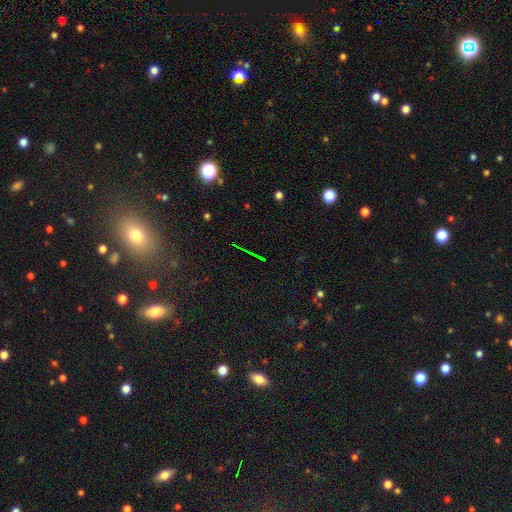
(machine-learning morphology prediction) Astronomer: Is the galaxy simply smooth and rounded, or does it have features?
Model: star or artifact — 71%.